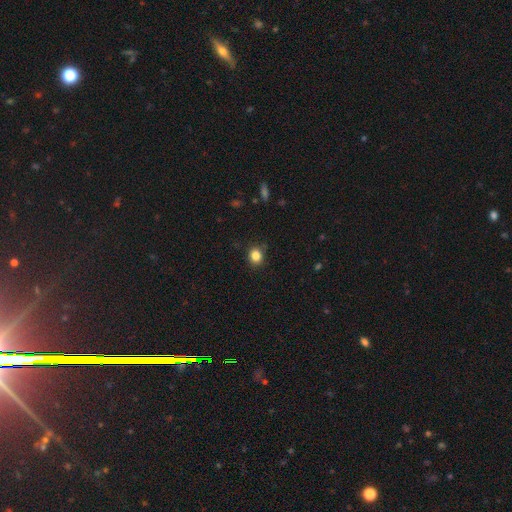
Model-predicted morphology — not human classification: A smooth galaxy with no disk features (84%) that is round (72%). Merging: none (84%).